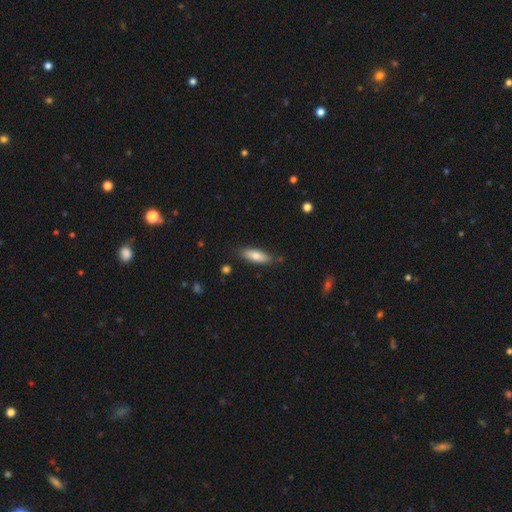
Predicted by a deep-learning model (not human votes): A smooth galaxy with no disk features (78%) that is in between round and cigar-shaped (62%).

Vote fractions:
- Smooth or featured? smooth: 78% / featured or disk: 16% / star or artifact: 6%
- How rounded? in between: 62% / cigar-shaped: 36% / round: 2%
- Merging? none: 80% / minor disturbance: 15% / major disturbance: 3% / merger: 2%